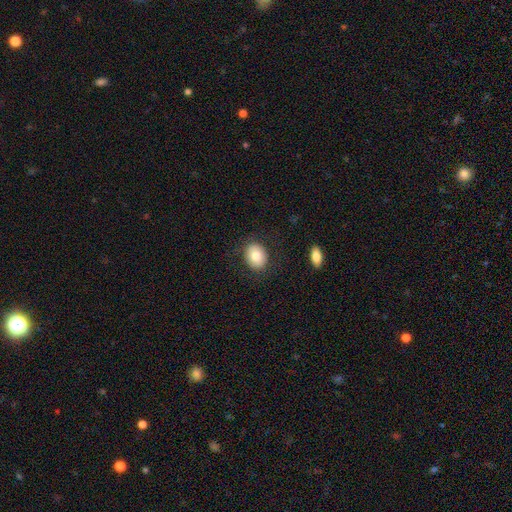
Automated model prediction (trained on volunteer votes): A smooth galaxy with no disk features (81%) that is in between round and cigar-shaped (51%). Merging: none (84%).